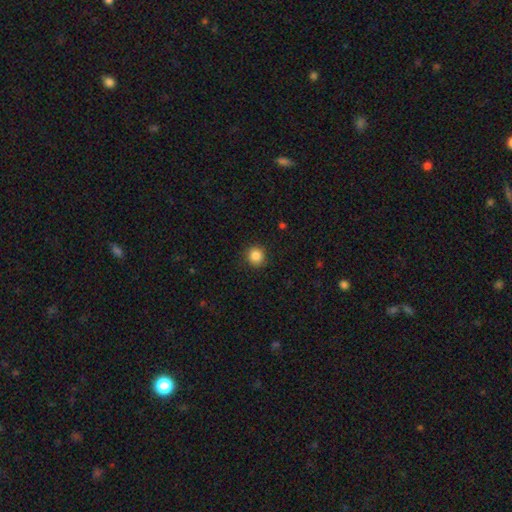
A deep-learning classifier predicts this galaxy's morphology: A smooth galaxy with no disk features (86%) that is round (92%). Merging: none (89%).